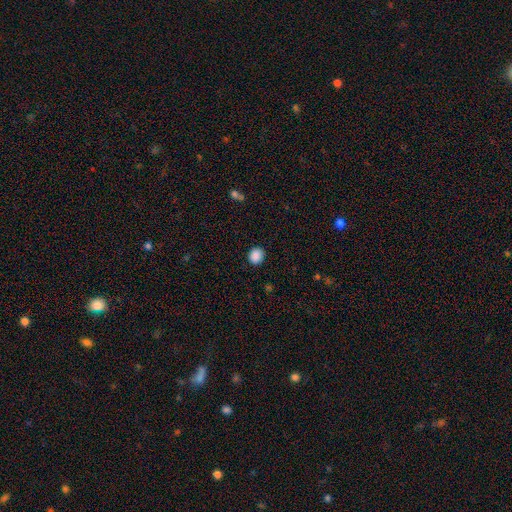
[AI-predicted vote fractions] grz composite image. It shows a smooth galaxy with no disk features (88%) that is round (74%). Merging: none (89%).